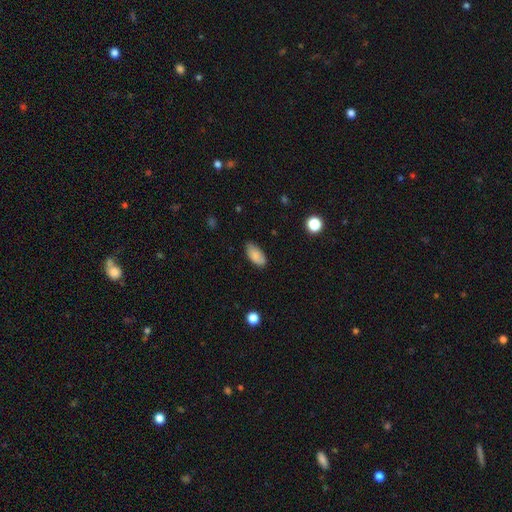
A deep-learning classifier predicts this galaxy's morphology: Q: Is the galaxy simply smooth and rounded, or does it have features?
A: smooth — 83%.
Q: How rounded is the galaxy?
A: in between — 93%.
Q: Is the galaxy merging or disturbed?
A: none — 74%.